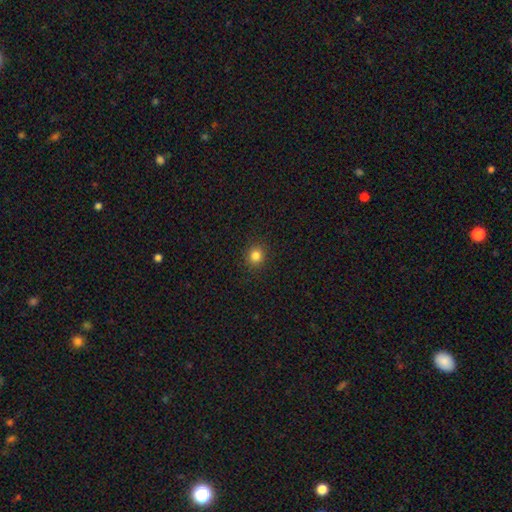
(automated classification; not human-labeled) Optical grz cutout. It shows a smooth galaxy with no disk features (83%) that is round (87%). Merging: none (91%).